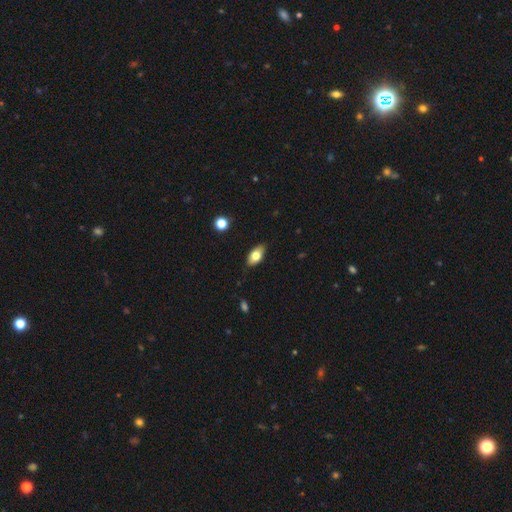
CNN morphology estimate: smooth-or-featured: smooth: 73% | featured or disk: 20% | star or artifact: 7%
  how-rounded: in between: 90% | cigar-shaped: 6% | round: 4%
  merging: none: 85% | minor disturbance: 12% | major disturbance: 2% | merger: 1%